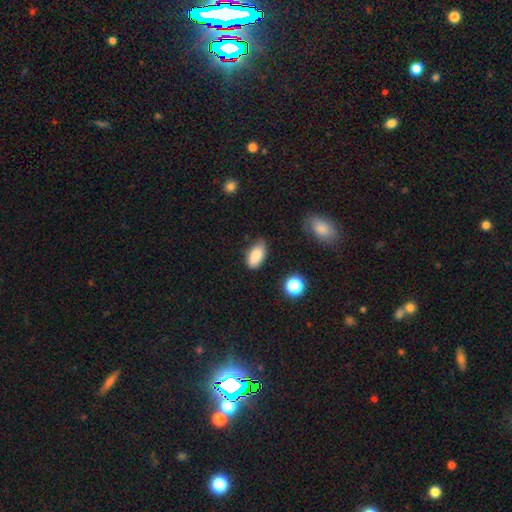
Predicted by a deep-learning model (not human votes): Q: Smooth or featured?
A: smooth (86%); runner-up: star or artifact (8%)
Q: How rounded?
A: in between (93%); runner-up: round (4%)
Q: Merging?
A: none (72%); runner-up: minor disturbance (22%)